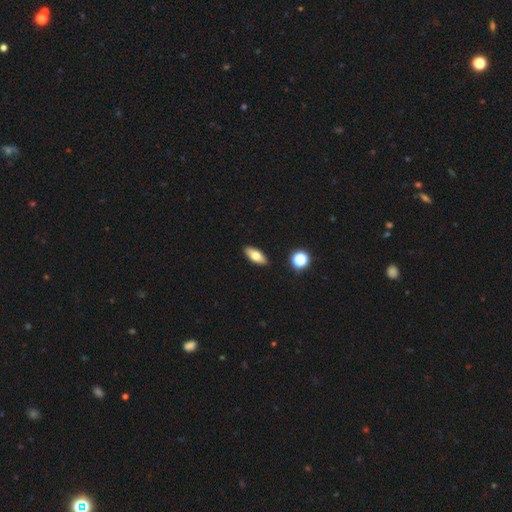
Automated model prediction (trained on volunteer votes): A smooth galaxy with no disk features (68%) that is in between round and cigar-shaped (79%). Merging: none (89%).